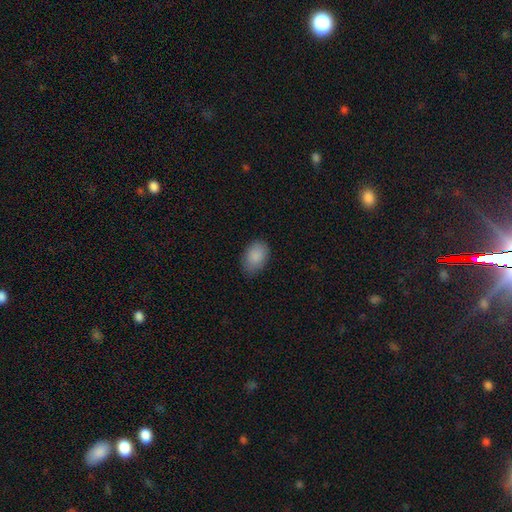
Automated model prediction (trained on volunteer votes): Smooth or featured? Predicted: smooth (p=0.89). How rounded? Predicted: in between (p=0.84). Merging? Predicted: none (p=0.80).